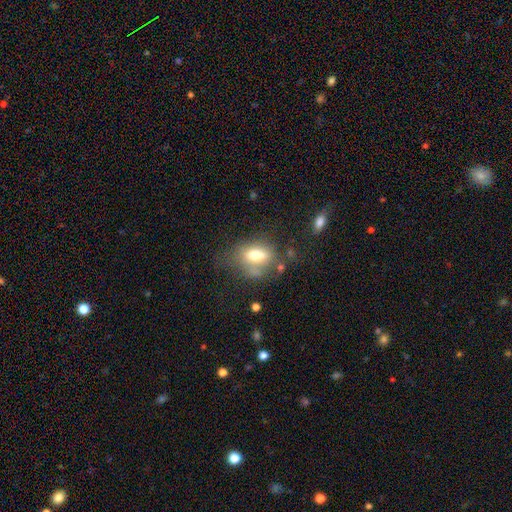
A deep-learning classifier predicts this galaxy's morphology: Smooth or featured? Predicted: smooth (p=0.63). How rounded? Predicted: in between (p=0.77). Merging? Predicted: none (p=0.47).